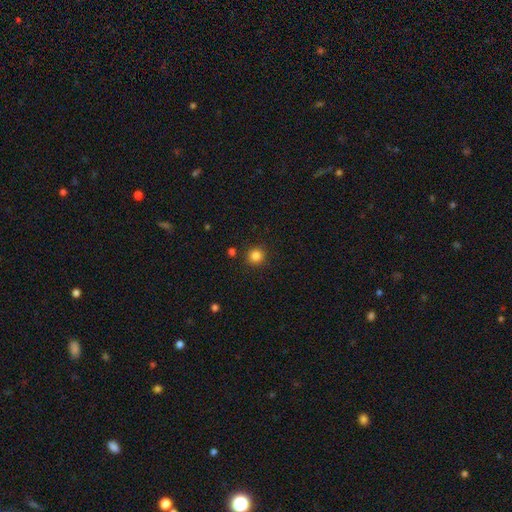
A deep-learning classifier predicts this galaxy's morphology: Q: Smooth or featured?
A: smooth (84%); runner-up: star or artifact (12%)
Q: How rounded?
A: round (93%); runner-up: in between (6%)
Q: Merging?
A: none (90%); runner-up: minor disturbance (6%)